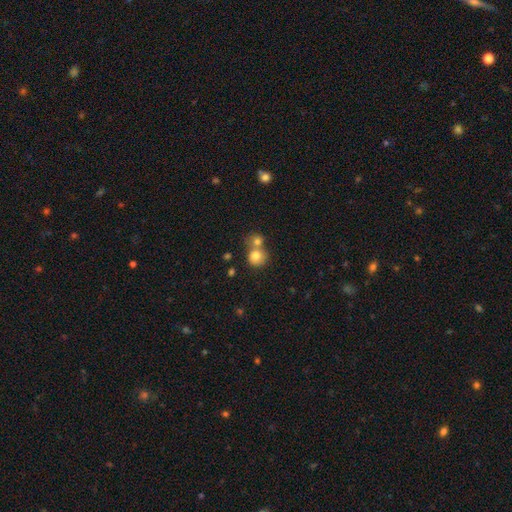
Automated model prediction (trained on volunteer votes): This is likely a smooth galaxy (79%). How rounded: clearly round (83%). Merging: possibly merger (52%).